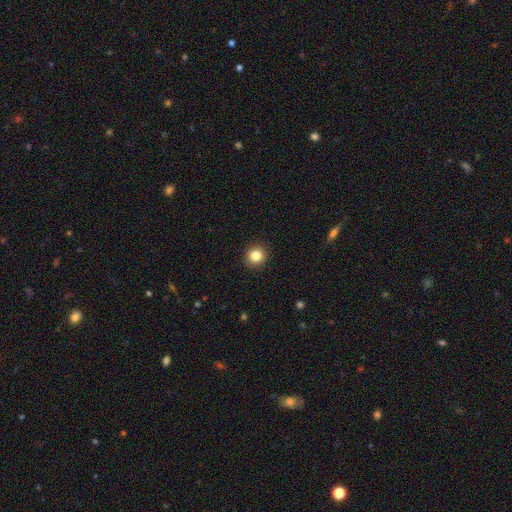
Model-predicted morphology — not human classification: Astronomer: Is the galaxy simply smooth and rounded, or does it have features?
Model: smooth — 84%.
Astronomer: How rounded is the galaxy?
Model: round — 89%.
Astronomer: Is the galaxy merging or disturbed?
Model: none — 91%.